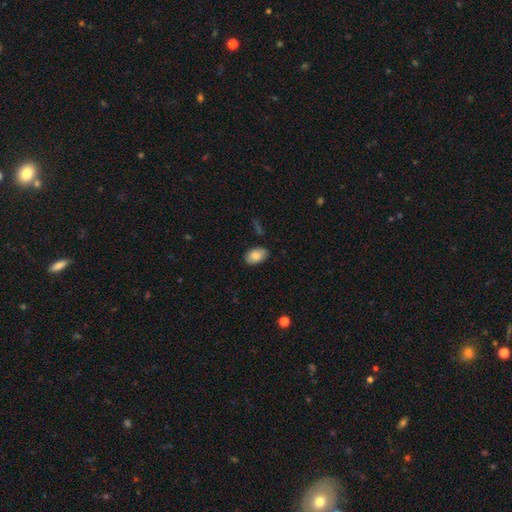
A smooth galaxy with no disk features (82%) that is in between round and cigar-shaped (97%).

Vote fractions:
- Smooth or featured? smooth: 82% / featured or disk: 16% / star or artifact: 3%
- How rounded? in between: 97% / round: 3% / cigar-shaped: 0%
- Merging? none: 92% / major disturbance: 5% / minor disturbance: 3% / merger: 0%